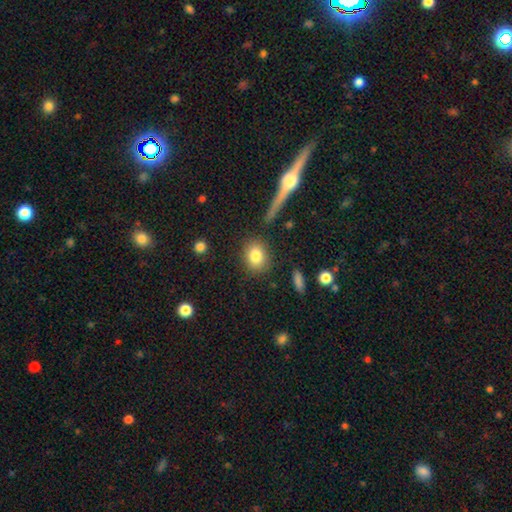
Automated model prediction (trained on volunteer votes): A smooth galaxy with no disk features (83%) that is round (51%).

Vote fractions:
- Smooth or featured? smooth: 83% / featured or disk: 9% / star or artifact: 8%
- How rounded? round: 51% / in between: 46% / cigar-shaped: 2%
- Merging? none: 84% / minor disturbance: 9% / merger: 3% / major disturbance: 3%